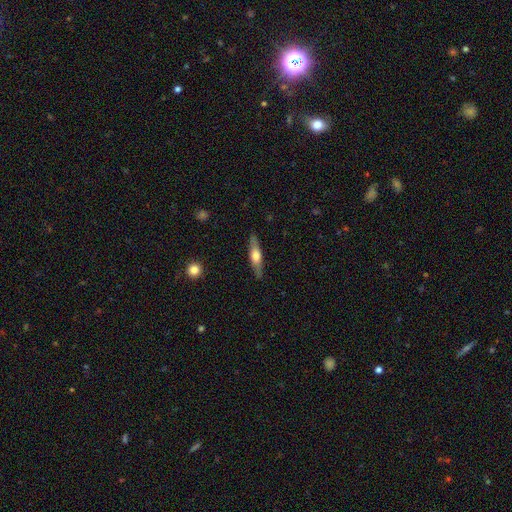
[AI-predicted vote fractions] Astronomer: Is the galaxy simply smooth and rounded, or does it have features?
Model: featured or disk — 54% (runner-up: smooth, 40%).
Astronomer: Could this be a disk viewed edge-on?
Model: yes — 92%.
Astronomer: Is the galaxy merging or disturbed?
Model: none — 87%.